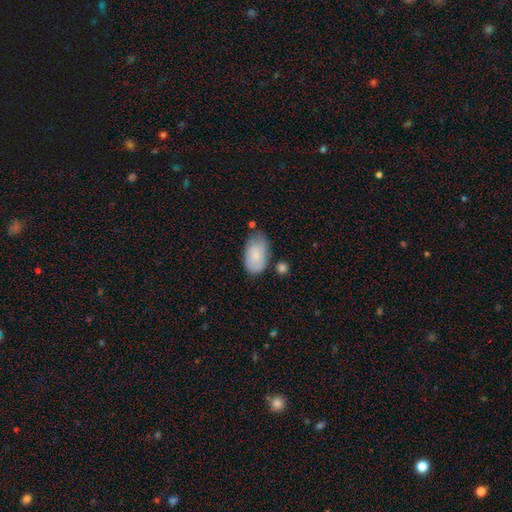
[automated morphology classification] Smooth or featured?
  - smooth: 77% *
  - featured or disk: 16%
  - star or artifact: 6%
How rounded?
  - in between: 93% *
  - round: 5%
  - cigar-shaped: 1%
Merging?
  - none: 55% *
  - minor disturbance: 30%
  - major disturbance: 8%
  - merger: 7%